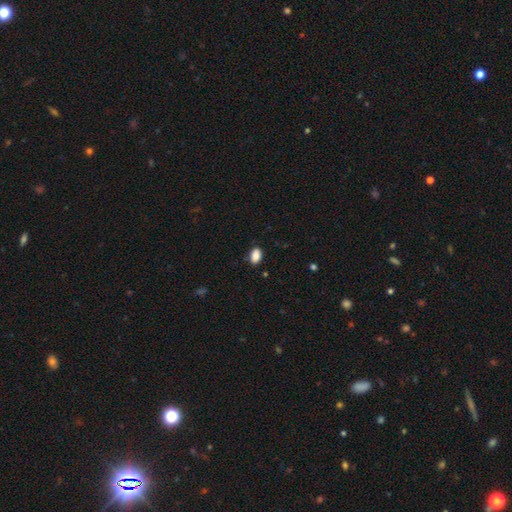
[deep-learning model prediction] Smooth or featured? smooth (88%)
How rounded? in between (89%)
Merging? none (85%)